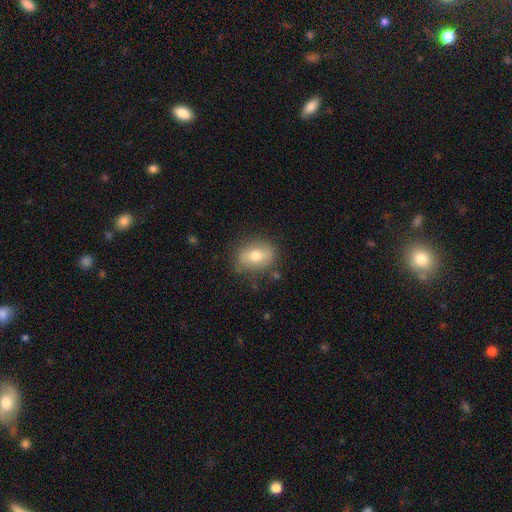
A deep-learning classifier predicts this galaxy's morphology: This appears to be a smooth galaxy with no disk features (65%) that is in between round and cigar-shaped (59%). Merging: none (78%).